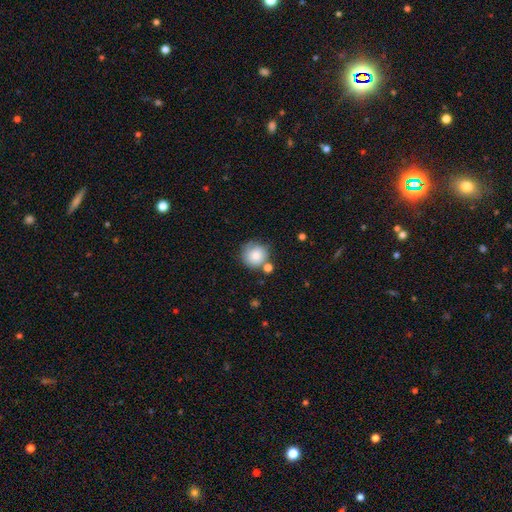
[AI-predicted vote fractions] This is likely a smooth galaxy (80%). How rounded: clearly round (92%). Merging: likely none (65%).